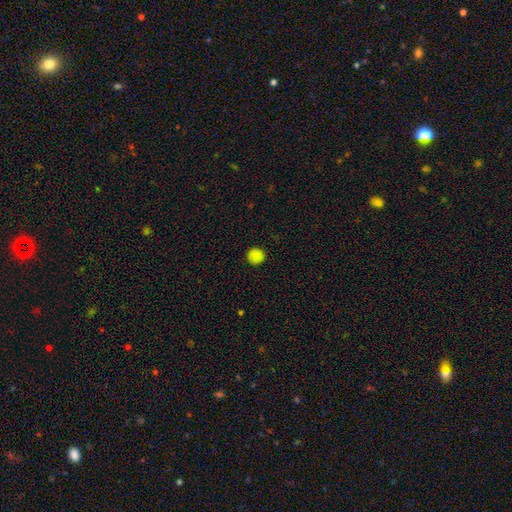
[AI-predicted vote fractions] smooth_or_featured: smooth (p=0.85) [alt: star or artifact p=0.11]
how_rounded: round (p=0.93) [alt: in between p=0.06]
merging: none (p=0.90) [alt: minor disturbance p=0.07]